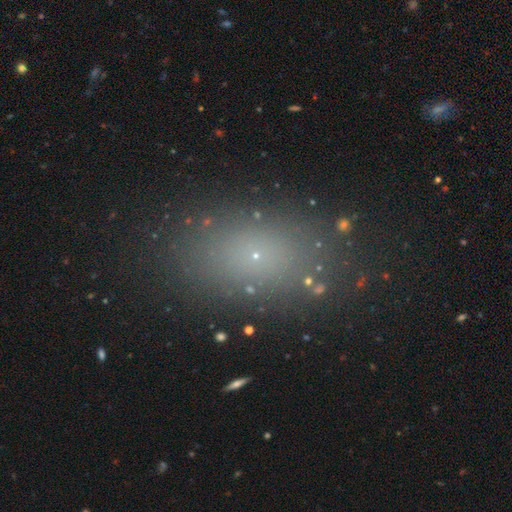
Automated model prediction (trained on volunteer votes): Morphology: type=smooth (62%); roundness=in between (79%); merging=none (85%).